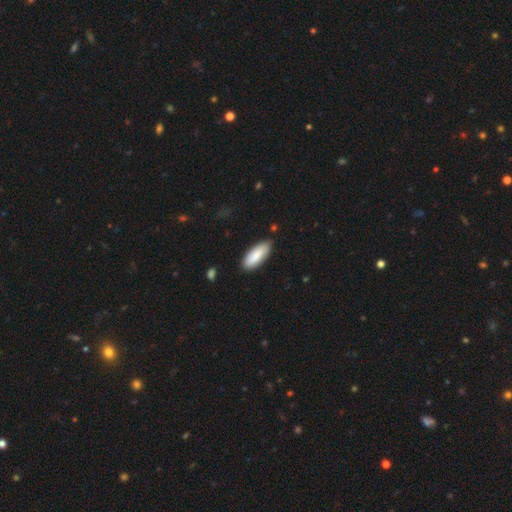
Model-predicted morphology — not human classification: Smooth or featured?
  - smooth: 86% *
  - featured or disk: 9%
  - star or artifact: 5%
How rounded?
  - in between: 73% *
  - cigar-shaped: 25%
  - round: 1%
Merging?
  - none: 83% *
  - minor disturbance: 13%
  - major disturbance: 2%
  - merger: 2%